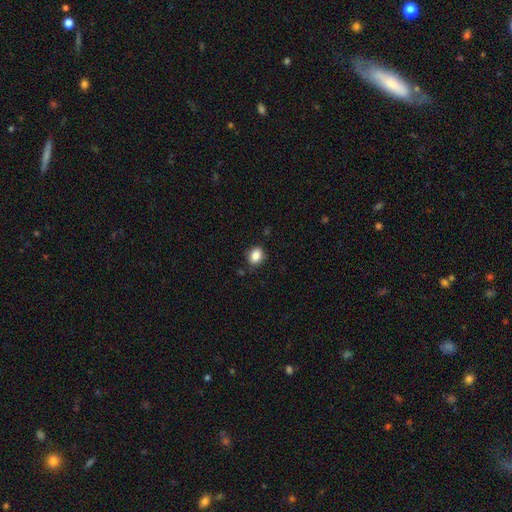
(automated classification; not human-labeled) Smooth or featured?
  - smooth: 86% *
  - star or artifact: 9%
  - featured or disk: 5%
How rounded?
  - in between: 55% *
  - round: 44%
  - cigar-shaped: 1%
Merging?
  - none: 83% *
  - minor disturbance: 13%
  - major disturbance: 3%
  - merger: 2%